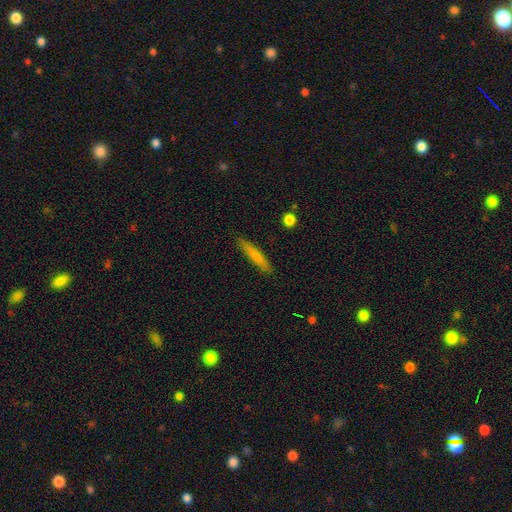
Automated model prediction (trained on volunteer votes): smooth_or_featured: smooth (p=0.72) [alt: featured or disk p=0.22]
how_rounded: cigar-shaped (p=0.92) [alt: in between p=0.06]
merging: none (p=0.89) [alt: minor disturbance p=0.08]